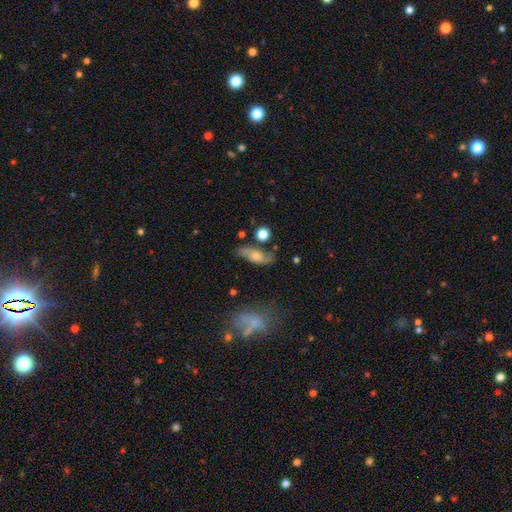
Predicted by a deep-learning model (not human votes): smooth_or_featured: featured or disk (p=0.55) [alt: smooth p=0.35]
disk_edge_on: no (p=0.79) [alt: yes p=0.21]
merging: none (p=0.67) [alt: minor disturbance p=0.19]